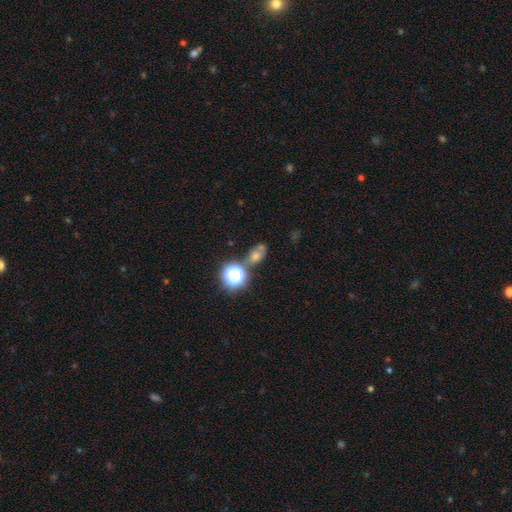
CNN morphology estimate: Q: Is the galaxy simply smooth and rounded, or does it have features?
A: star or artifact — 44%.